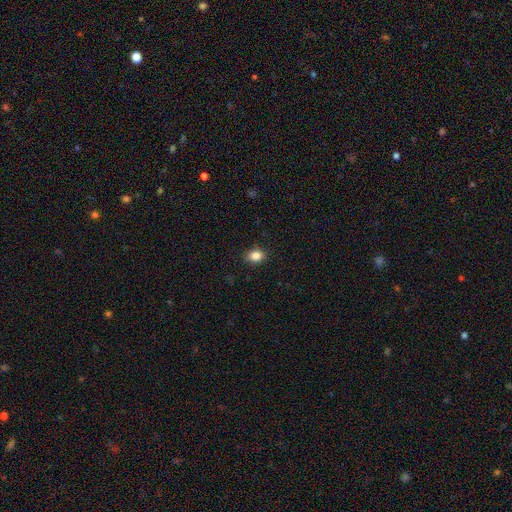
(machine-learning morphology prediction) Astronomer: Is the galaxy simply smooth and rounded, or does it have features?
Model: smooth — 86%.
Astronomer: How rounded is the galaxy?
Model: in between — 58% (runner-up: round, 41%).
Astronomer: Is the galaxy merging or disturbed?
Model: none — 85%.